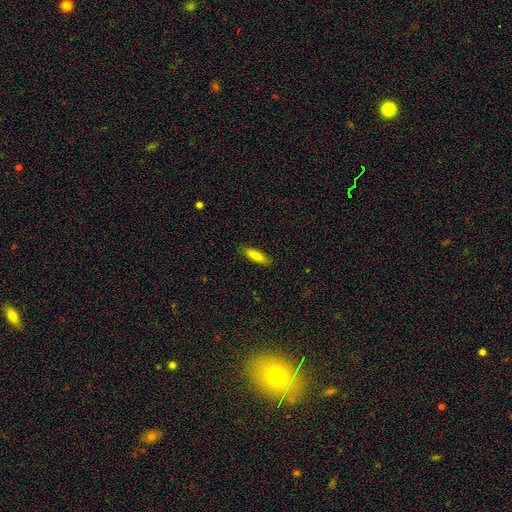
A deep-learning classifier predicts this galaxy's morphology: smooth 83%, featured or disk 10%, star or artifact 7%. Down the decision tree: how rounded — cigar-shaped (61%); merging — none (87%).